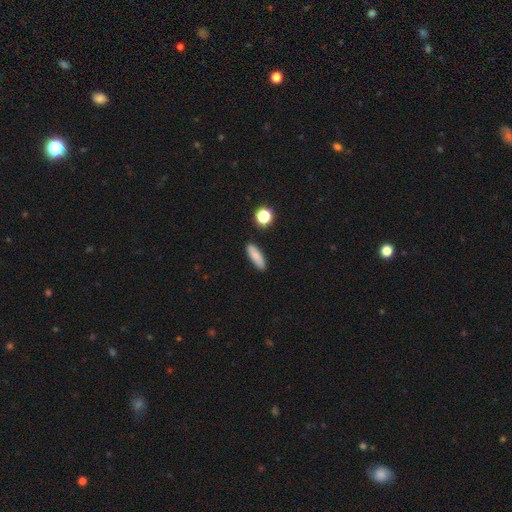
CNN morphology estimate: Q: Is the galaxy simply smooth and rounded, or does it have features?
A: smooth — 80%.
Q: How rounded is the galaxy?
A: cigar-shaped — 52%.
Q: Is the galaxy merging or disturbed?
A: none — 86%.